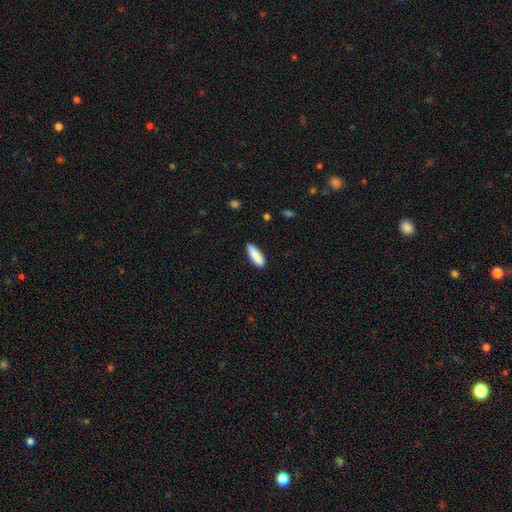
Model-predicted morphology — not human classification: The model was most divided on "how rounded": in between: 50%, cigar-shaped: 48%, round: 2%. More confident: smooth or featured — smooth (89%); merging — none (86%).